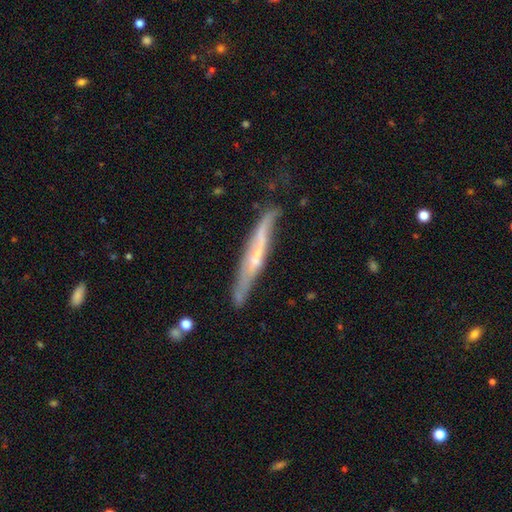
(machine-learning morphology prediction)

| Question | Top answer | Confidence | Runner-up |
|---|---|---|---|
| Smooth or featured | featured or disk | 66% | smooth (28%) |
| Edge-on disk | yes | 80% | no (20%) |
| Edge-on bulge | none | 56% | rounded (32%) |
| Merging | none | 58% | minor disturbance (28%) |